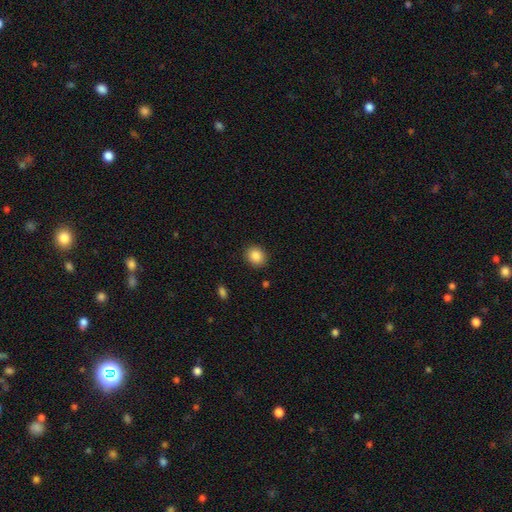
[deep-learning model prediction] A smooth galaxy with no disk features (86%) that is round (71%).

Vote fractions:
- Smooth or featured? smooth: 86% / star or artifact: 9% / featured or disk: 4%
- How rounded? round: 71% / in between: 28% / cigar-shaped: 1%
- Merging? none: 90% / minor disturbance: 7% / major disturbance: 2% / merger: 1%